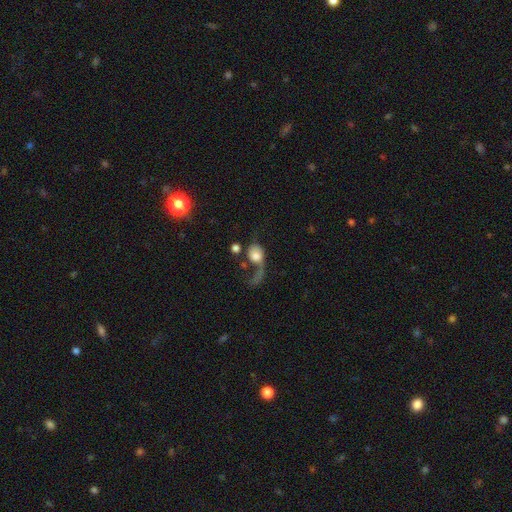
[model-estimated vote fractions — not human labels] Smooth or featured: smooth — 50% (featured or disk — 40%)
How rounded: round — 57% (in between — 41%)
Merging: major disturbance — 54% (none — 18%)